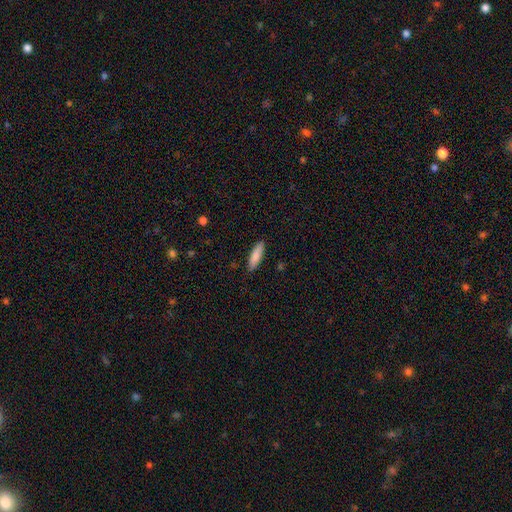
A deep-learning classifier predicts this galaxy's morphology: The model was most divided on "how rounded": cigar-shaped: 63%, in between: 35%, round: 2%. More confident: merging — none (89%); smooth or featured — smooth (84%).